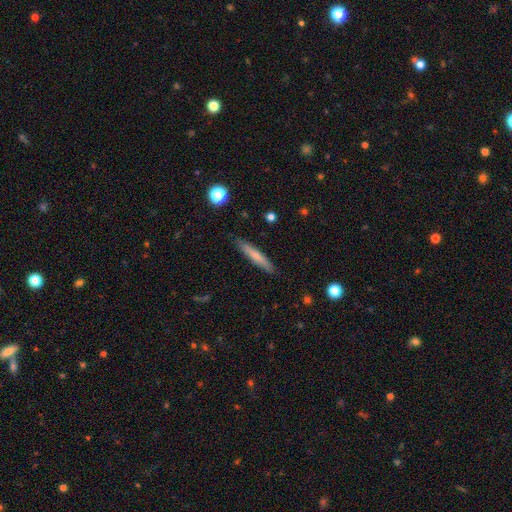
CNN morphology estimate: This appears to be a smooth galaxy with no disk features (63%) that is cigar-shaped (92%). Merging: none (88%).